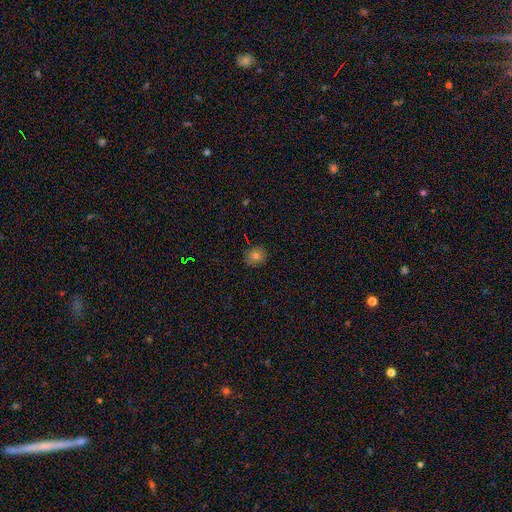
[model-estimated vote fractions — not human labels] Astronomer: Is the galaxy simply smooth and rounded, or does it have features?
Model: smooth — 78%.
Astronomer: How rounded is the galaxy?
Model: round — 87%.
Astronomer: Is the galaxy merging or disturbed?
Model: none — 87%.